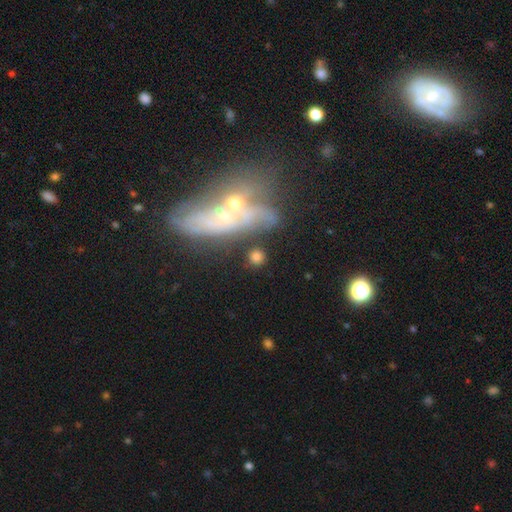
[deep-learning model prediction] Morphology: type=smooth (54%); roundness=round (62%); merging=none (52%).